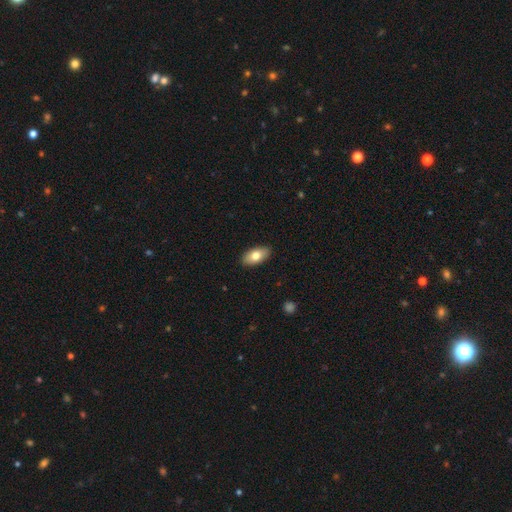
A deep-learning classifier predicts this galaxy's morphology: type=smooth (78%); roundness=in between (92%); merging=none (89%).